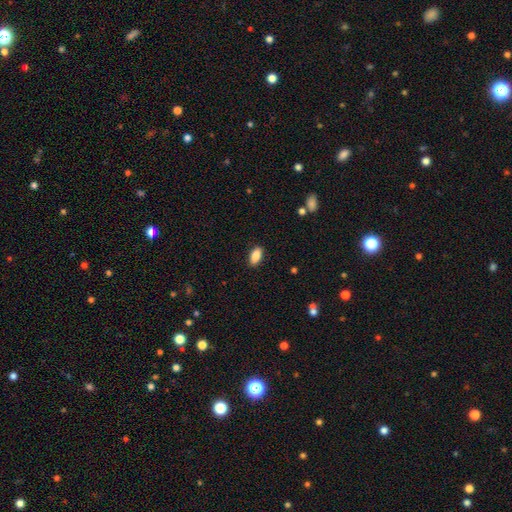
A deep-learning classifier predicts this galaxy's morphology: Smooth or featured?
  - smooth: 88% *
  - star or artifact: 7%
  - featured or disk: 5%
How rounded?
  - in between: 89% *
  - cigar-shaped: 8%
  - round: 3%
Merging?
  - none: 89% *
  - minor disturbance: 8%
  - major disturbance: 2%
  - merger: 1%